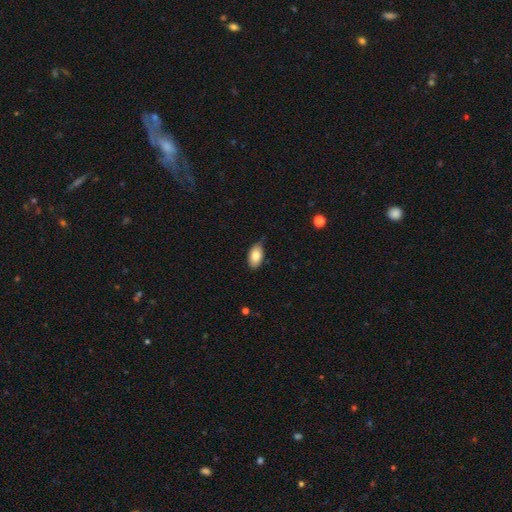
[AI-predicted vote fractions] Smooth or featured: smooth — 83% (featured or disk — 10%)
How rounded: in between — 93% (round — 4%)
Merging: none — 67% (minor disturbance — 28%)